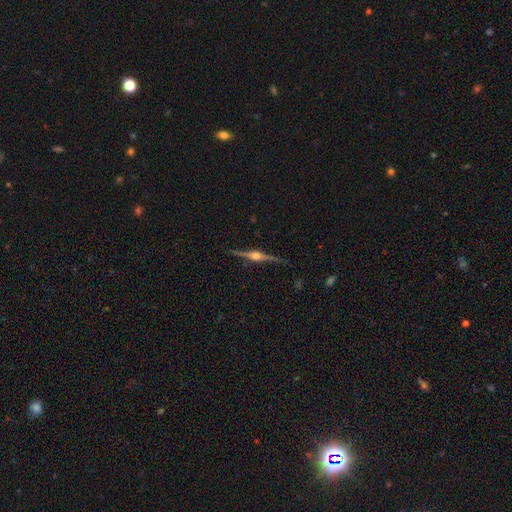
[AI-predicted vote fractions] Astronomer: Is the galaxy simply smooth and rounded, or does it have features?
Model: featured or disk — 89%.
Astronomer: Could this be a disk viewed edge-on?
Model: yes — 98%.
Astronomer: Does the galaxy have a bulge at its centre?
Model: rounded — 94%.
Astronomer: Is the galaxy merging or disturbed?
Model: none — 89%.